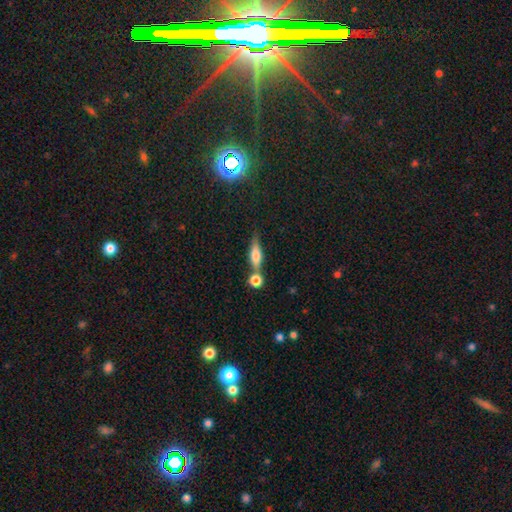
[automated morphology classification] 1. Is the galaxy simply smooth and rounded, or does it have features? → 57% smooth, 34% featured or disk, 9% star or artifact.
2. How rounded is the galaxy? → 46% cigar-shaped, 45% in between, 8% round.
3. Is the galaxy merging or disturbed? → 49% none, 34% merger, 12% minor disturbance, 5% major disturbance.